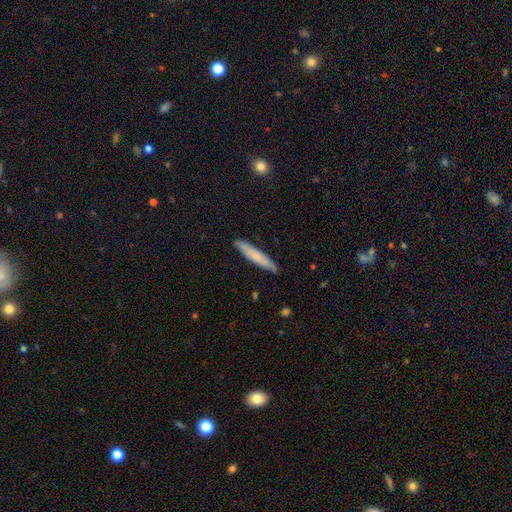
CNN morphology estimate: smooth_or_featured: smooth (p=0.75) [alt: featured or disk p=0.20]
how_rounded: cigar-shaped (p=0.92) [alt: in between p=0.07]
merging: none (p=0.88) [alt: minor disturbance p=0.09]